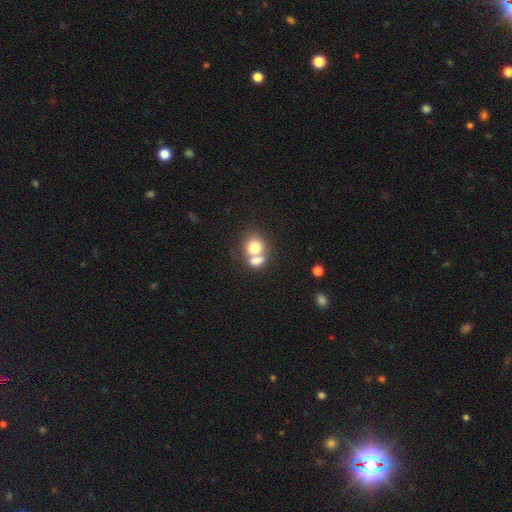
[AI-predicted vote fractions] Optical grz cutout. It shows a smooth galaxy with no disk features (74%) that is round (64%). Merging: merger (57%).